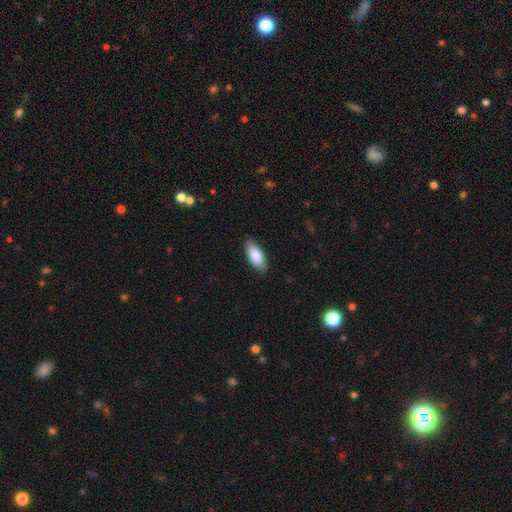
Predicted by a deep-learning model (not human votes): Overall: smooth (86%). How rounded: in between (80%). Merging: none (87%).